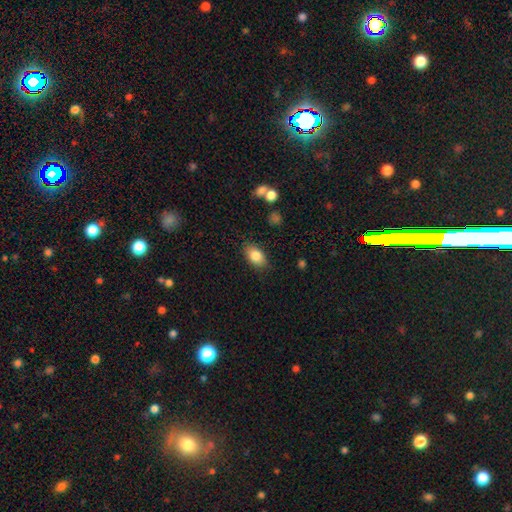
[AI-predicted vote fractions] A smooth galaxy with no disk features (83%) that is in between round and cigar-shaped (88%).

Vote fractions:
- Smooth or featured? smooth: 83% / featured or disk: 9% / star or artifact: 8%
- How rounded? in between: 88% / round: 10% / cigar-shaped: 2%
- Merging? none: 84% / minor disturbance: 12% / major disturbance: 3% / merger: 2%